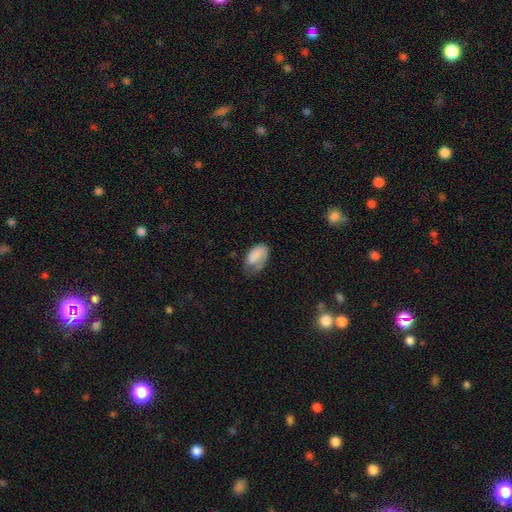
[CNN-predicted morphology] Smooth or featured? smooth (79%)
How rounded? in between (93%)
Merging? none (37%)